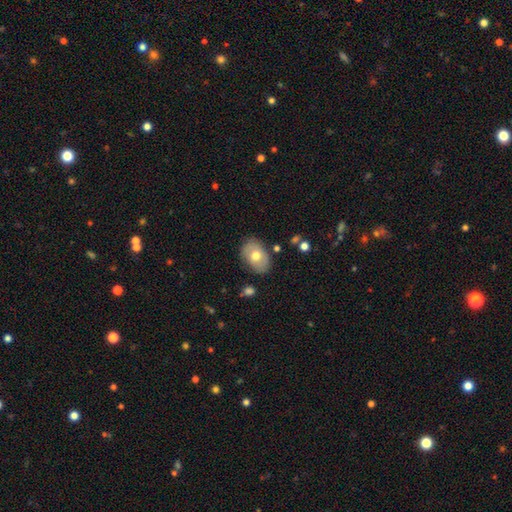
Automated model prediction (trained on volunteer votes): Morphology: type=smooth (63%); roundness=in between (80%); merging=none (79%).